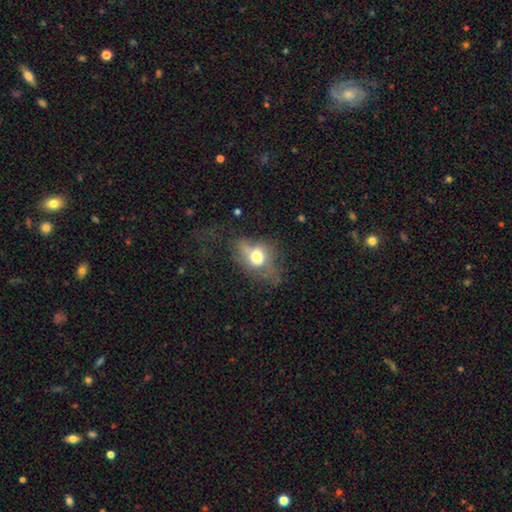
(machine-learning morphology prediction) Q: Smooth or featured?
A: smooth (60%); runner-up: featured or disk (28%)
Q: How rounded?
A: in between (59%); runner-up: round (38%)
Q: Merging?
A: major disturbance (37%); runner-up: none (33%)